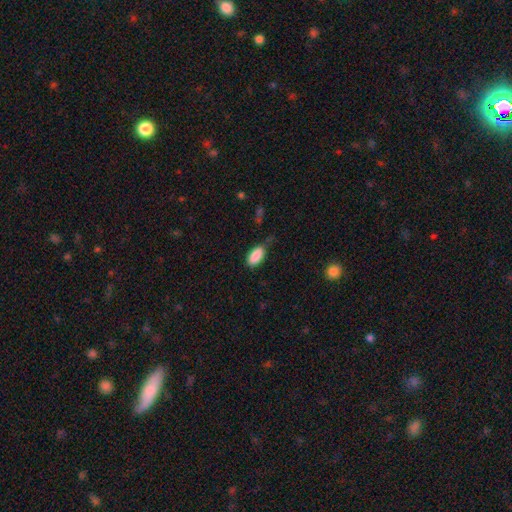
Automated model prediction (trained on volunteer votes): This appears to be a smooth galaxy with no disk features (88%) that is in between round and cigar-shaped (91%). Merging: none (67%).